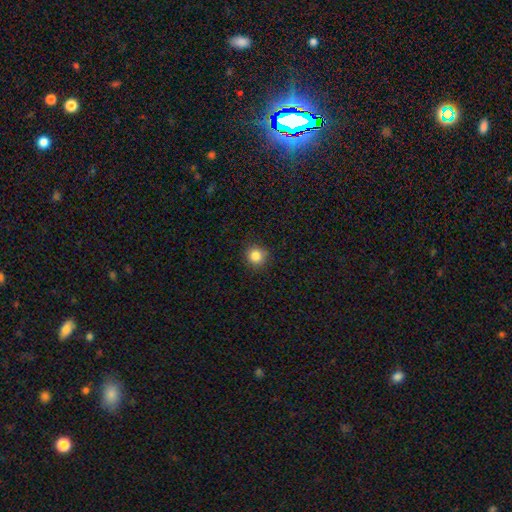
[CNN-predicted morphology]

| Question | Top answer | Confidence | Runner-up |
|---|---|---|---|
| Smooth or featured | smooth | 84% | star or artifact (11%) |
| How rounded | round | 93% | in between (6%) |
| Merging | none | 89% | minor disturbance (8%) |